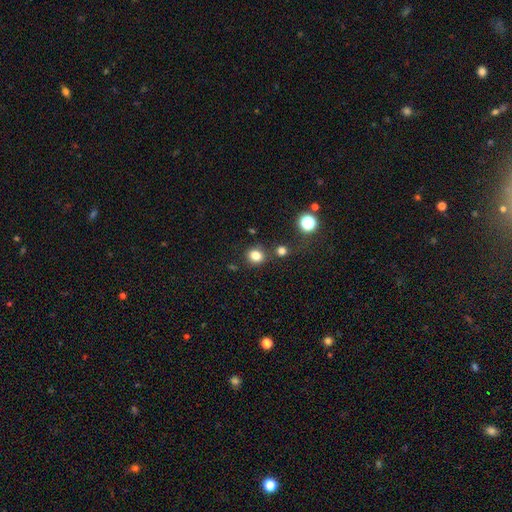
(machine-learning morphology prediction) A smooth galaxy with no disk features (80%) that is round (80%). Merging: none (79%).